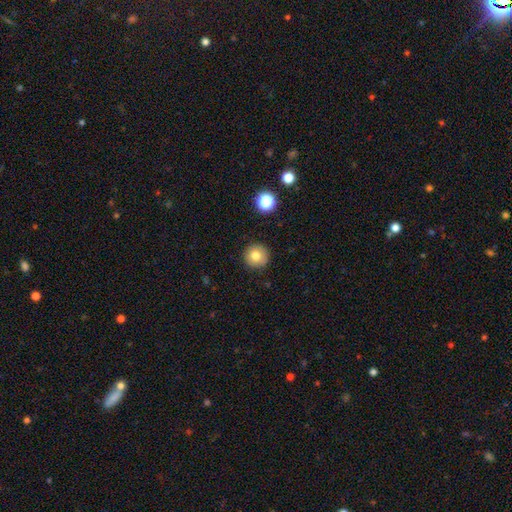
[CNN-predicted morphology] smooth-or-featured: smooth: 78% | star or artifact: 11% | featured or disk: 11%
  how-rounded: round: 95% | in between: 4% | cigar-shaped: 1%
  merging: none: 91% | minor disturbance: 6% | major disturbance: 2% | merger: 1%